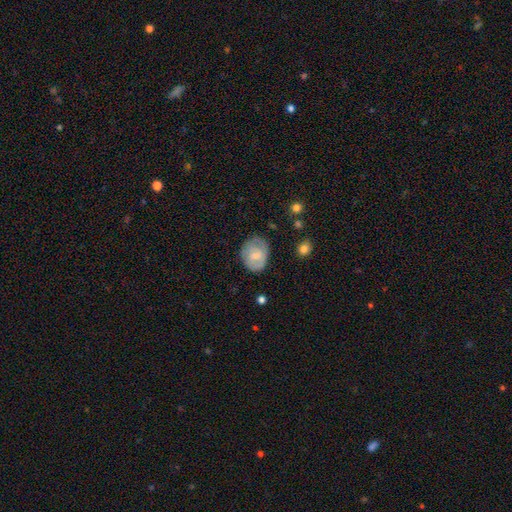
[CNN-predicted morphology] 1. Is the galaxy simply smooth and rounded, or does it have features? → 59% smooth, 34% featured or disk, 7% star or artifact.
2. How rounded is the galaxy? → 52% in between, 47% round, 1% cigar-shaped.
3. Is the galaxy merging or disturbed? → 65% none, 25% minor disturbance, 8% major disturbance, 1% merger.